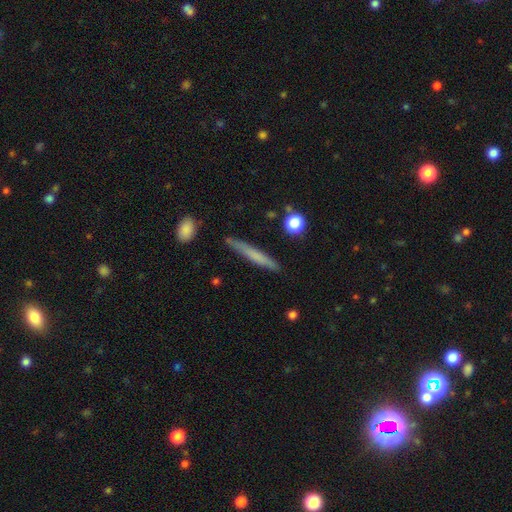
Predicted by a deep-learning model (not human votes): The model was most divided on "smooth or featured": smooth: 61%, featured or disk: 33%, star or artifact: 7%. More confident: how rounded — cigar-shaped (95%); merging — none (84%).